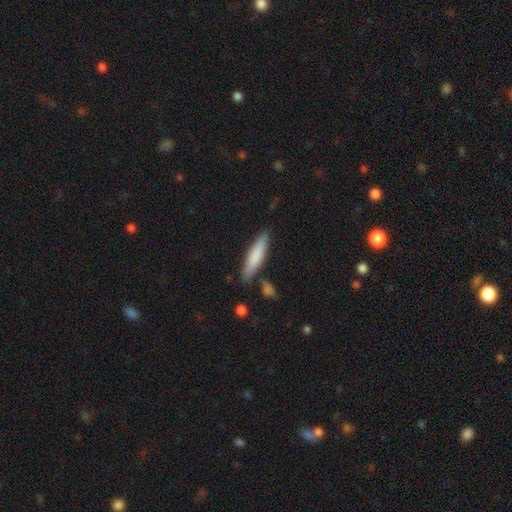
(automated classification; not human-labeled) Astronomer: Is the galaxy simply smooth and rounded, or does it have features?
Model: smooth — 74%.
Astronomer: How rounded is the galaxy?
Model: cigar-shaped — 81%.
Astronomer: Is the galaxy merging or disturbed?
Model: none — 79%.